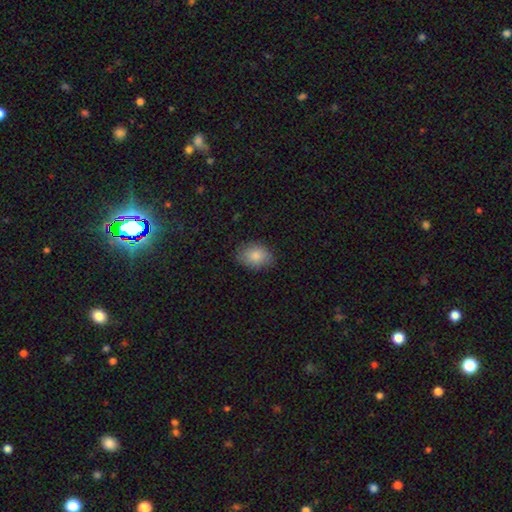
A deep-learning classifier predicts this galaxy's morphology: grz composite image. It shows a smooth galaxy with no disk features (85%) that is in between round and cigar-shaped (74%). Merging: none (80%).